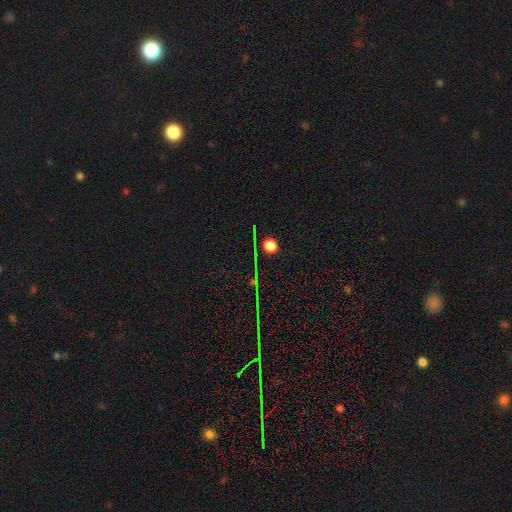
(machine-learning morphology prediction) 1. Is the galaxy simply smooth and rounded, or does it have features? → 73% star or artifact, 16% smooth, 11% featured or disk.